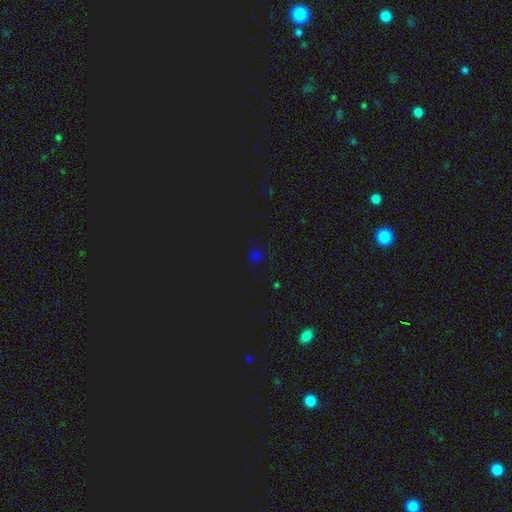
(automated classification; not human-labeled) Q: Smooth or featured?
A: star or artifact (48%); runner-up: smooth (47%)